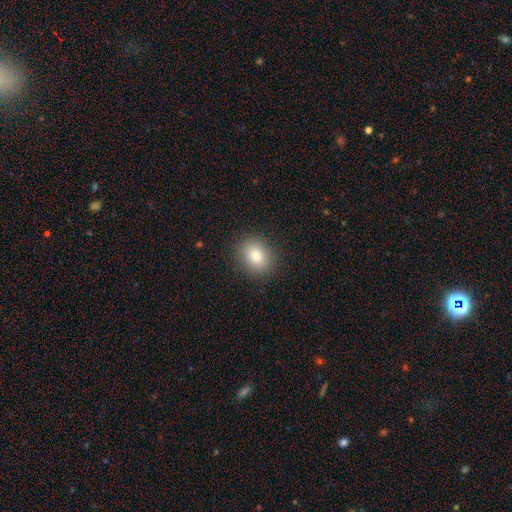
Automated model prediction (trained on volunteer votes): This appears to be a smooth galaxy with no disk features (82%) that is round (51%). Merging: none (89%).